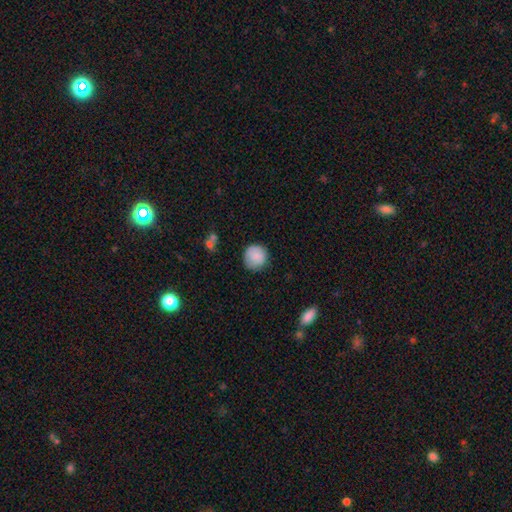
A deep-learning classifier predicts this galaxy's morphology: Smooth or featured? Predicted: smooth (p=0.86). How rounded? Predicted: round (p=0.93). Merging? Predicted: none (p=0.81).